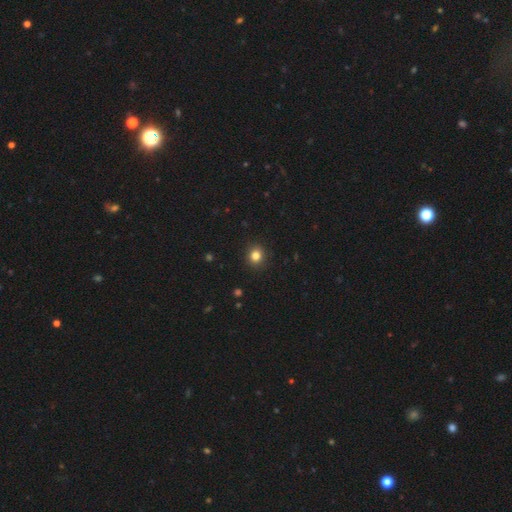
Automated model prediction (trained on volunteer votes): This is clearly a smooth galaxy (82%). How rounded: clearly round (83%). Merging: clearly none (91%).